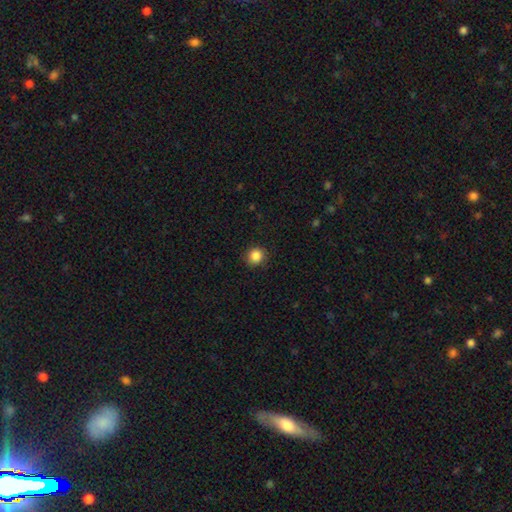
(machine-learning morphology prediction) Smooth or featured: smooth — 86% (star or artifact — 10%)
How rounded: round — 90% (in between — 9%)
Merging: none — 87% (minor disturbance — 10%)